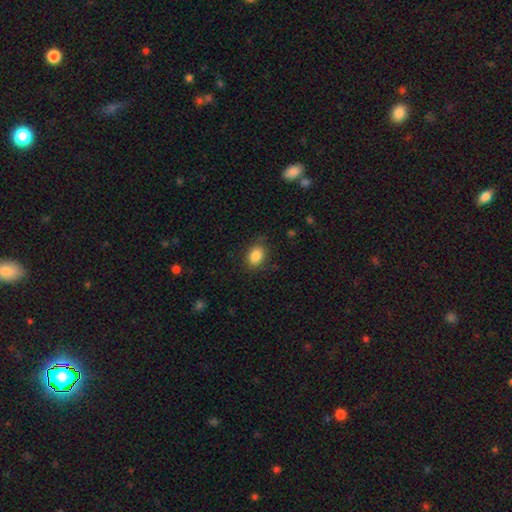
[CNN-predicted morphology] A smooth galaxy with no disk features (86%) that is in between round and cigar-shaped (77%). Merging: none (79%).